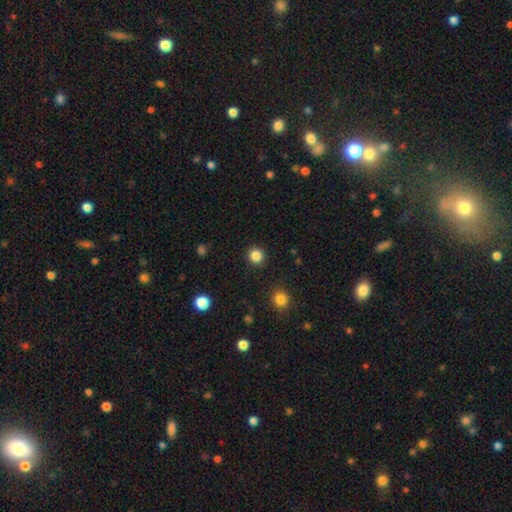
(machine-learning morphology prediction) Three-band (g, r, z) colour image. It shows a smooth galaxy with no disk features (85%) that is round (93%). Merging: none (92%).